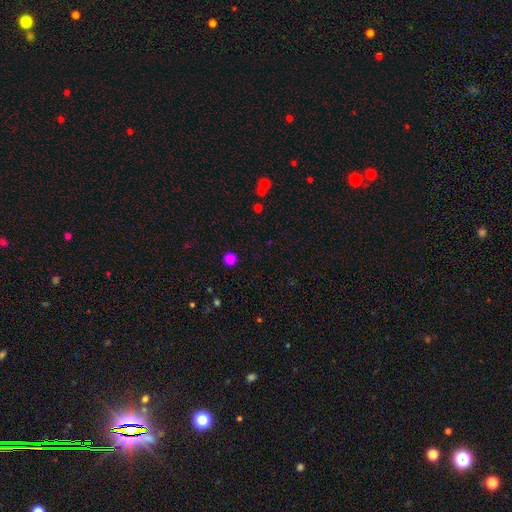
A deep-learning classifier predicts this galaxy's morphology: The model was most divided on "smooth or featured": smooth: 74%, star or artifact: 22%, featured or disk: 5%. More confident: how rounded — round (93%); merging — none (91%).